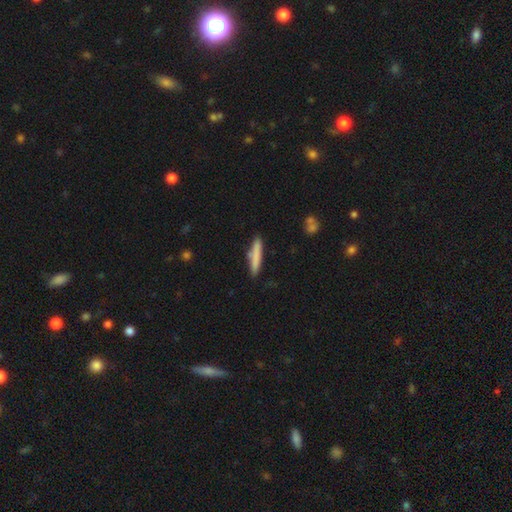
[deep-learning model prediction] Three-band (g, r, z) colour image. It shows a smooth galaxy with no disk features (78%) that is cigar-shaped (92%). Merging: none (84%).